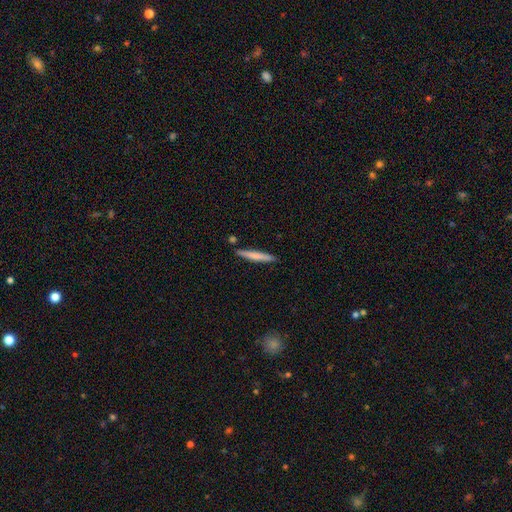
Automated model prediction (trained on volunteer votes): The model was most divided on "smooth or featured": smooth: 69%, featured or disk: 26%, star or artifact: 5%. More confident: how rounded — cigar-shaped (95%); merging — none (85%).